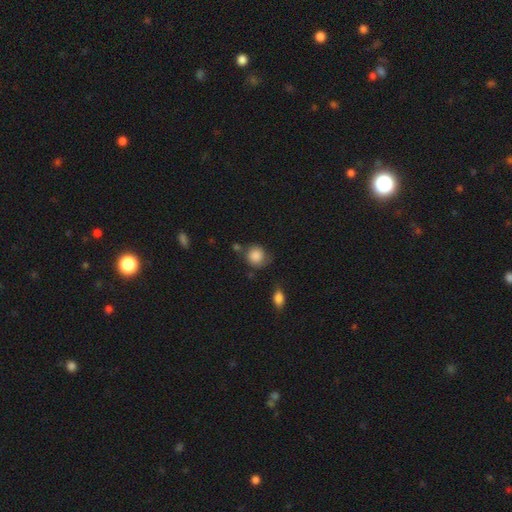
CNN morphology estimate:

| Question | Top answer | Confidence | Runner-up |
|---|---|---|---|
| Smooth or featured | smooth | 83% | featured or disk (9%) |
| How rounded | round | 84% | in between (15%) |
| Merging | none | 59% | minor disturbance (26%) |